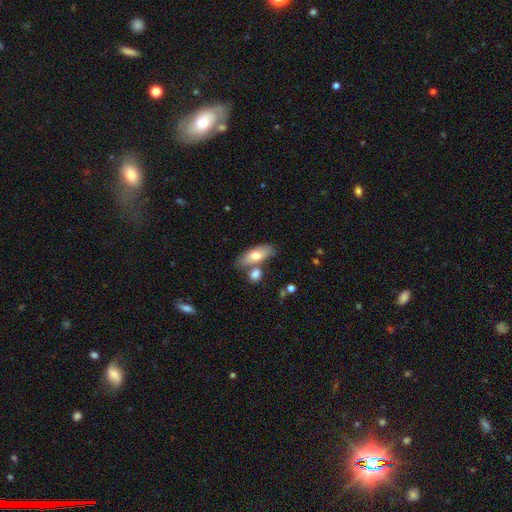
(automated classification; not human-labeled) This is likely a smooth galaxy (68%). How rounded: likely in between (75%). Merging: likely none (61%).